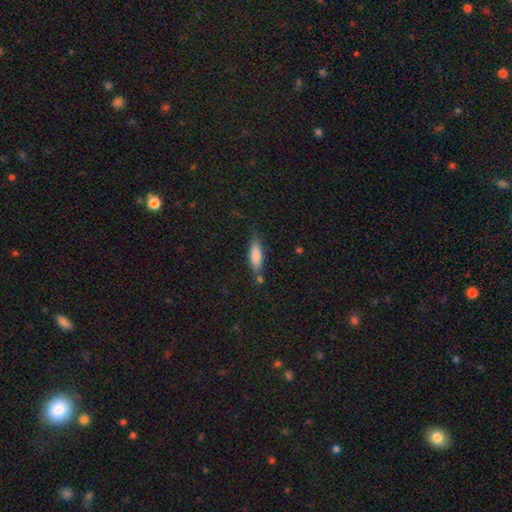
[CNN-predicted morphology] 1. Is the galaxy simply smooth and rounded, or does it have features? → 77% smooth, 16% featured or disk, 7% star or artifact.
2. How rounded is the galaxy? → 51% in between, 47% cigar-shaped, 2% round.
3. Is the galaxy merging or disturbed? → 66% none, 21% minor disturbance, 8% merger, 5% major disturbance.